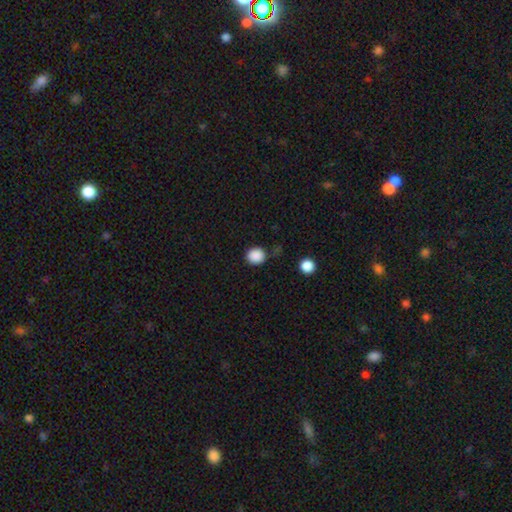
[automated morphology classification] smooth-or-featured: smooth: 88% | star or artifact: 10% | featured or disk: 3%
  how-rounded: round: 84% | in between: 15% | cigar-shaped: 1%
  merging: none: 82% | minor disturbance: 11% | major disturbance: 4% | merger: 3%